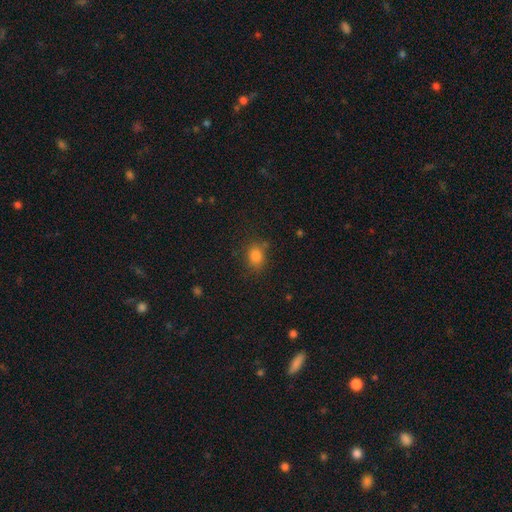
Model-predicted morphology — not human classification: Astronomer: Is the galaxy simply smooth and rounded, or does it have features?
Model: smooth — 82%.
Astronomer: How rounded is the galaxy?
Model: round — 51% (runner-up: in between, 48%).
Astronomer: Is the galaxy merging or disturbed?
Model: none — 75%.